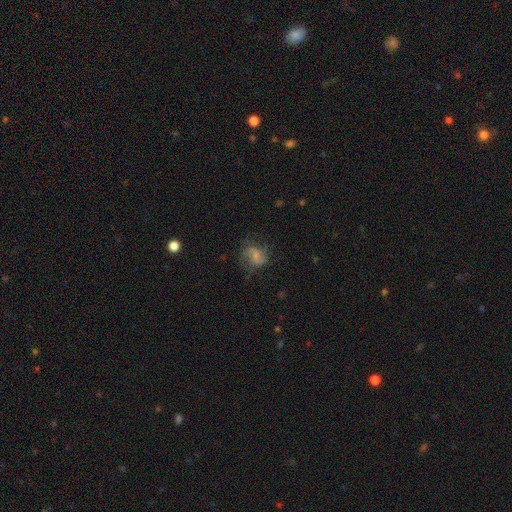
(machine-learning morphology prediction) Smooth or featured: featured or disk — 58% (smooth — 33%)
Edge-on disk: no — 98% (yes — 2%)
Bar: weak — 45% (no — 42%)
Spiral arms: yes — 85% (no — 15%)
Bulge size: small — 53% (moderate — 27%)
Merging: none — 58% (minor disturbance — 23%)